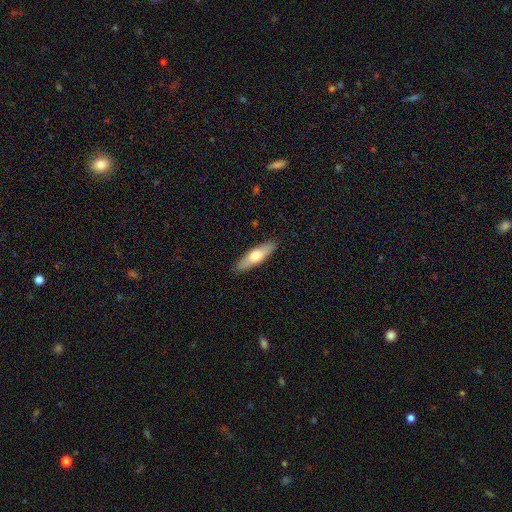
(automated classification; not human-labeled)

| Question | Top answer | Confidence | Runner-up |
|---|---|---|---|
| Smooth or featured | smooth | 59% | featured or disk (36%) |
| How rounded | cigar-shaped | 60% | in between (38%) |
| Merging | none | 89% | minor disturbance (8%) |